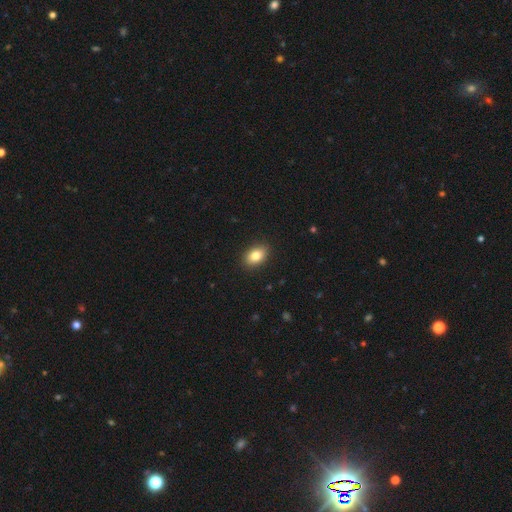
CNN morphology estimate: Smooth or featured? smooth (83%)
How rounded? in between (83%)
Merging? none (89%)